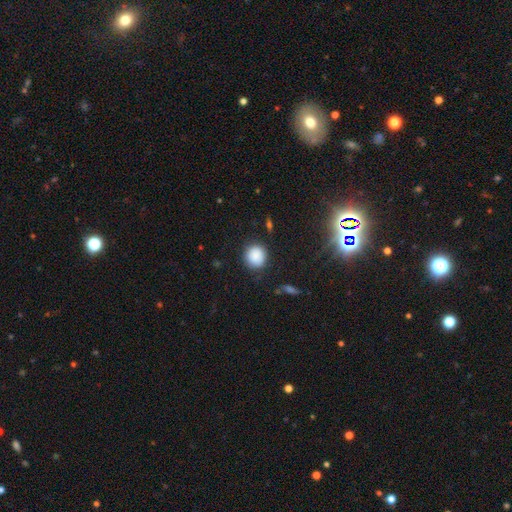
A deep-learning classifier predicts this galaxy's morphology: The model was most divided on "merging": none: 84%, minor disturbance: 11%, major disturbance: 3%, merger: 2%. More confident: how rounded — round (88%); smooth or featured — smooth (87%).